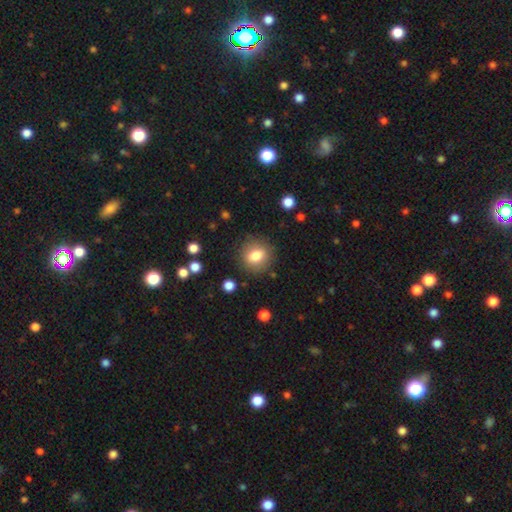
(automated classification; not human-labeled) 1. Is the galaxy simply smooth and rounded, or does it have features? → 79% smooth, 11% featured or disk, 10% star or artifact.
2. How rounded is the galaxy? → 72% round, 27% in between, 1% cigar-shaped.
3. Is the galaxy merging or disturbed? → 84% none, 10% minor disturbance, 4% major disturbance, 2% merger.